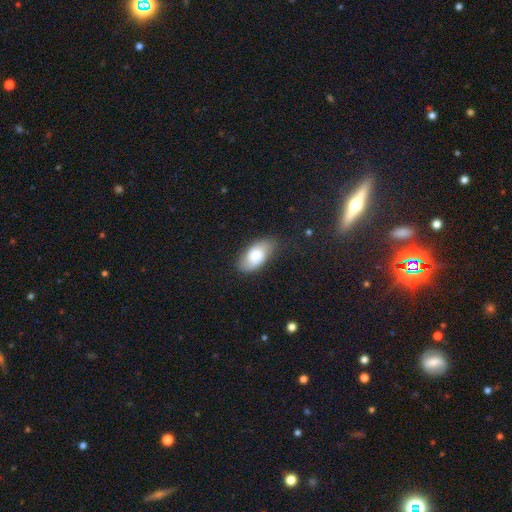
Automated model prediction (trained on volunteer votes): Smooth or featured? smooth (65%)
How rounded? in between (93%)
Merging? none (73%)